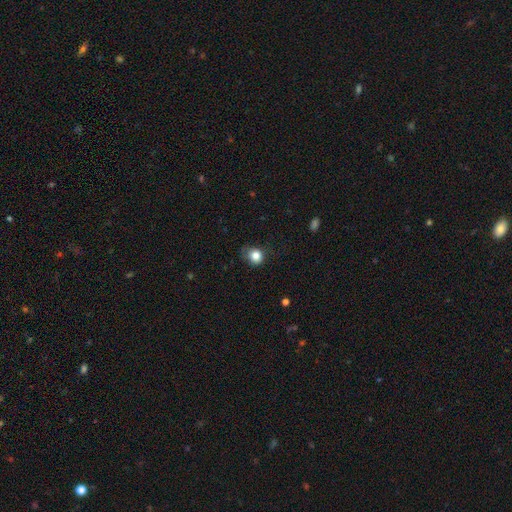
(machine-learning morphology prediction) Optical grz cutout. It shows a smooth galaxy with no disk features (82%) that is round (71%). Merging: none (58%).